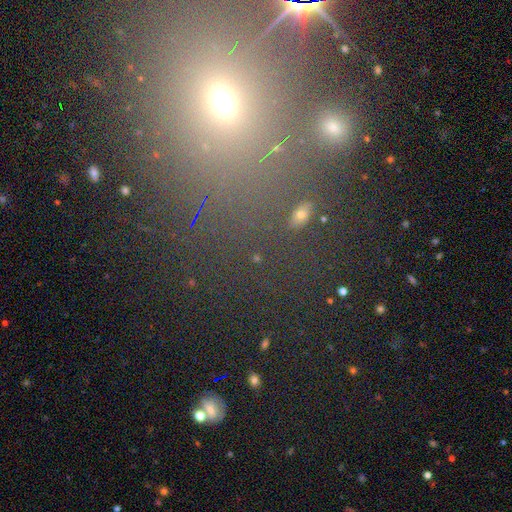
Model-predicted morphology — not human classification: Overall: star or artifact (54%; smooth 36%).